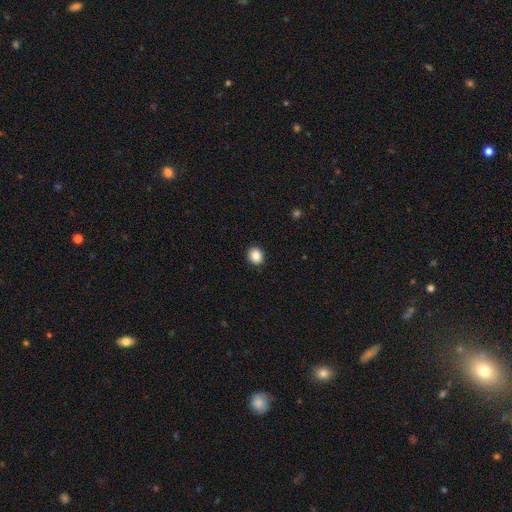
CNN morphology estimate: smooth_or_featured: smooth (p=0.85) [alt: star or artifact p=0.09]
how_rounded: round (p=0.75) [alt: in between p=0.24]
merging: none (p=0.92) [alt: minor disturbance p=0.06]